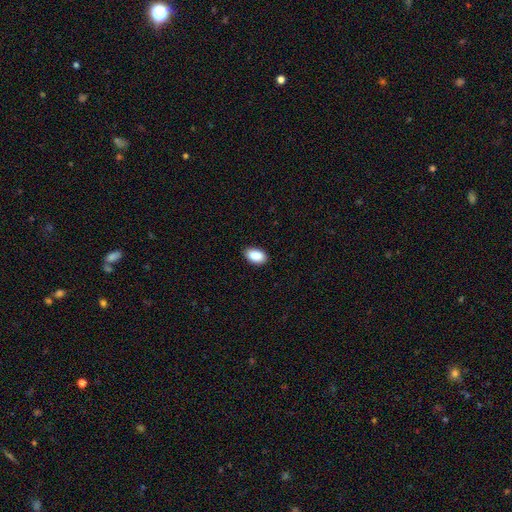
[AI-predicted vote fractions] Q: Smooth or featured?
A: smooth (91%); runner-up: star or artifact (7%)
Q: How rounded?
A: in between (93%); runner-up: round (6%)
Q: Merging?
A: none (87%); runner-up: minor disturbance (10%)